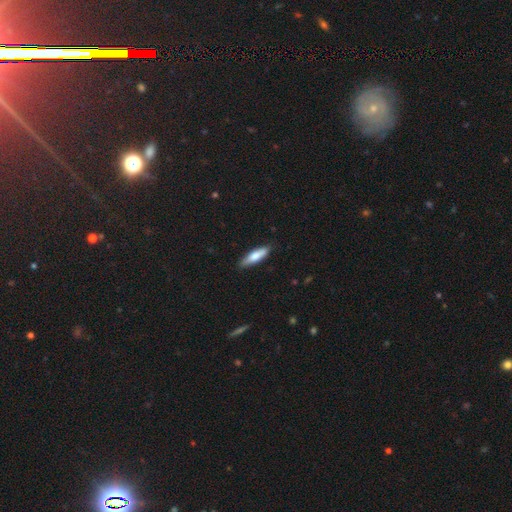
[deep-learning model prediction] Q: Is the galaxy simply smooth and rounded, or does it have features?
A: smooth — 72%.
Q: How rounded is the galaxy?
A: cigar-shaped — 65%.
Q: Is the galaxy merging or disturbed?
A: none — 85%.